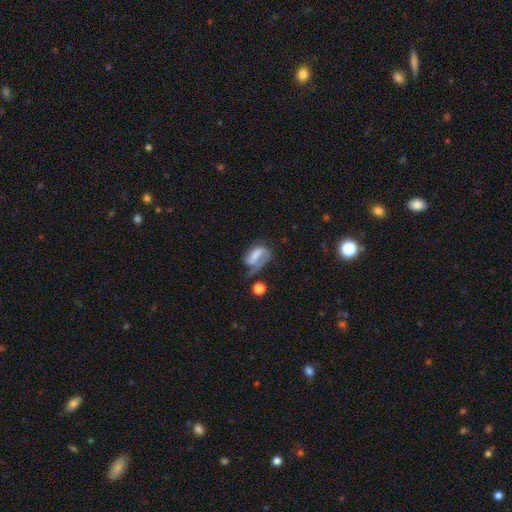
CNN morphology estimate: This appears to be a featured or disk galaxy (47%). Merging: major disturbance (38%).